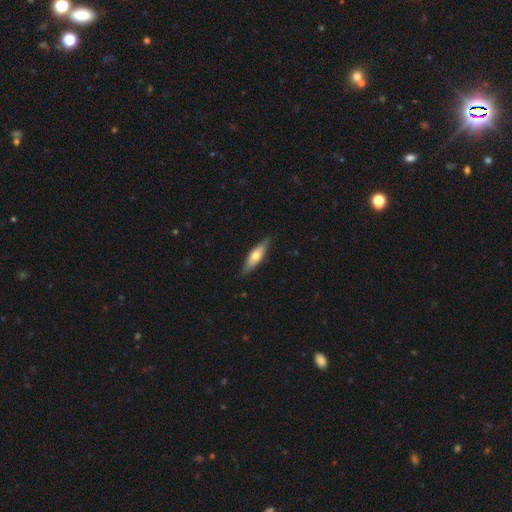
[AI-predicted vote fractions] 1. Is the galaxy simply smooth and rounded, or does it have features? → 55% smooth, 39% featured or disk, 5% star or artifact.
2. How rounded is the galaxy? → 57% cigar-shaped, 41% in between, 2% round.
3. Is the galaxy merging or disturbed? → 84% none, 13% minor disturbance, 2% major disturbance, 1% merger.